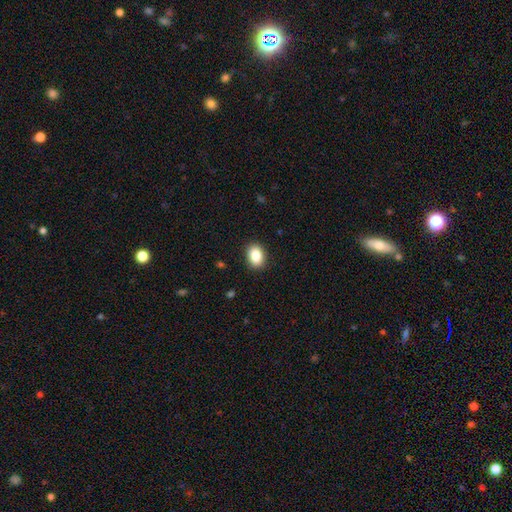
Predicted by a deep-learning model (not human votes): A smooth galaxy with no disk features (86%) that is in between round and cigar-shaped (73%).

Vote fractions:
- Smooth or featured? smooth: 86% / star or artifact: 8% / featured or disk: 6%
- How rounded? in between: 73% / round: 26% / cigar-shaped: 1%
- Merging? none: 90% / minor disturbance: 7% / major disturbance: 2% / merger: 1%